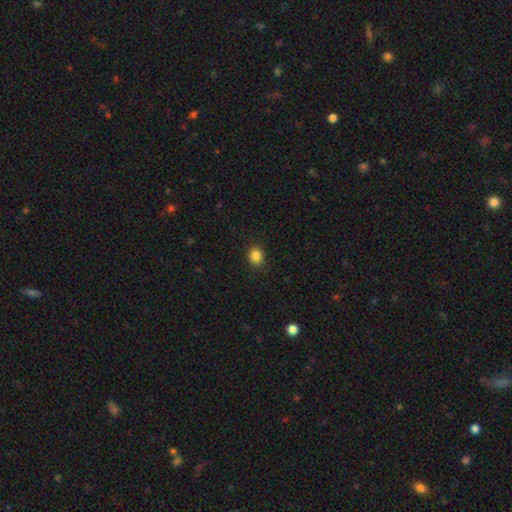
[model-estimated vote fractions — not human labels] This is clearly a smooth galaxy (85%). How rounded: likely round (69%). Merging: clearly none (90%).